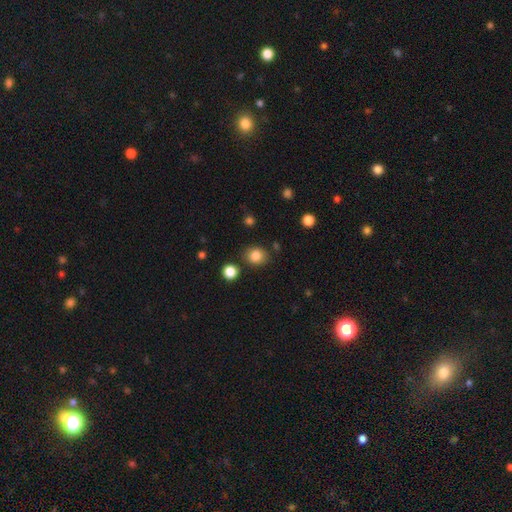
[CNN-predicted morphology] Smooth or featured? smooth (84%)
How rounded? round (72%)
Merging? none (82%)